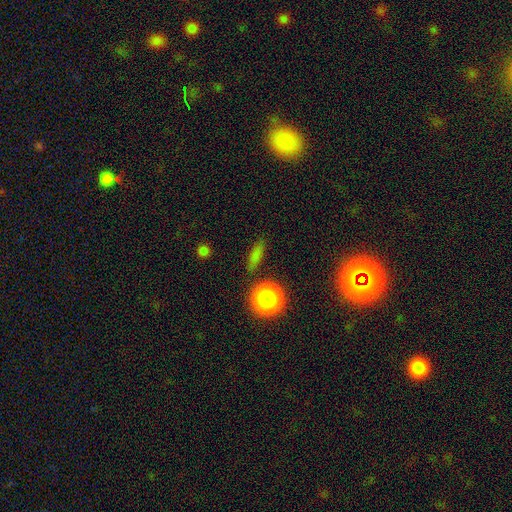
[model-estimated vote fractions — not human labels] Smooth or featured: smooth — 75% (star or artifact — 15%)
How rounded: cigar-shaped — 40% (in between — 37%)
Merging: none — 83% (minor disturbance — 10%)